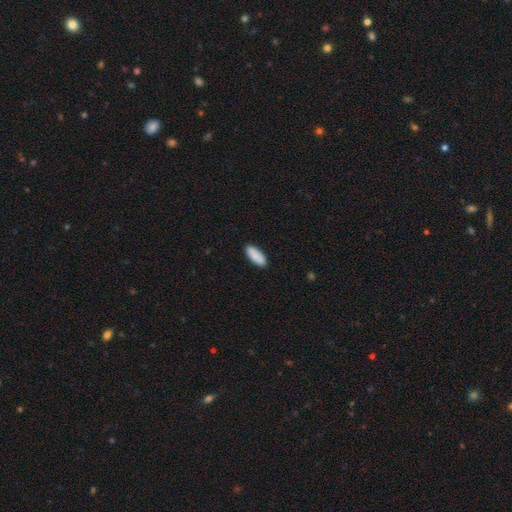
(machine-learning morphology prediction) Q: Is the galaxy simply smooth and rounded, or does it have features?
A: smooth — 90%.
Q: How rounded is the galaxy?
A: in between — 78%.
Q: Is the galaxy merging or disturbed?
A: none — 89%.